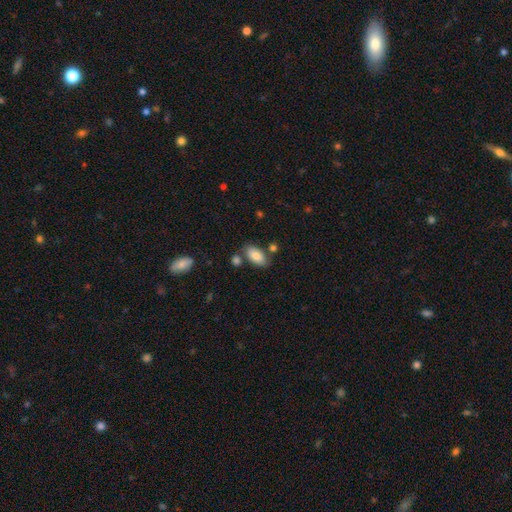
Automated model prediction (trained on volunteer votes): A smooth galaxy with no disk features (82%) that is in between round and cigar-shaped (93%).

Vote fractions:
- Smooth or featured? smooth: 82% / featured or disk: 11% / star or artifact: 7%
- How rounded? in between: 93% / cigar-shaped: 4% / round: 3%
- Merging? none: 71% / minor disturbance: 14% / merger: 11% / major disturbance: 4%